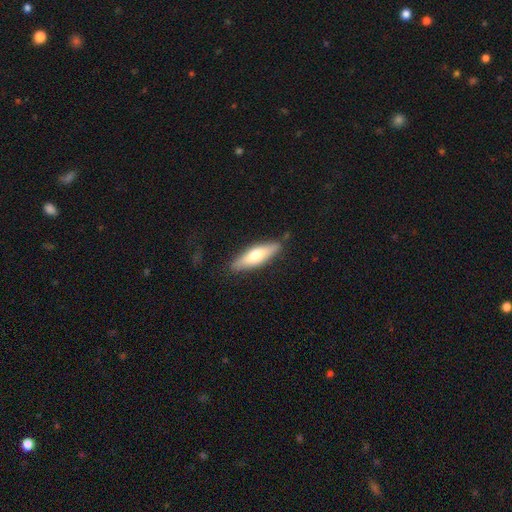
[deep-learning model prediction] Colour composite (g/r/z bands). It shows a smooth galaxy with no disk features (58%) that is cigar-shaped (58%). Merging: none (84%).